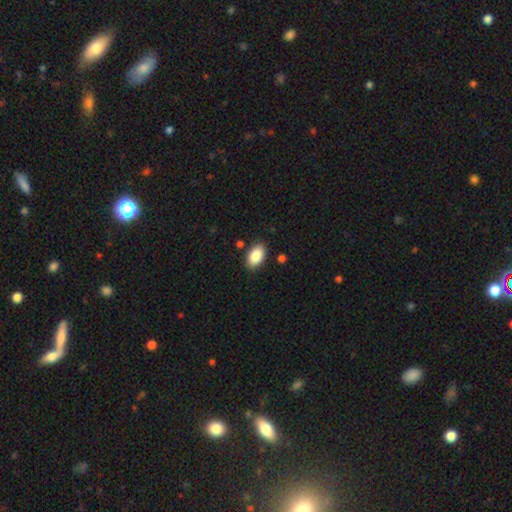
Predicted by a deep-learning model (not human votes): A smooth galaxy with no disk features (88%) that is in between round and cigar-shaped (92%).

Vote fractions:
- Smooth or featured? smooth: 88% / star or artifact: 7% / featured or disk: 5%
- How rounded? in between: 92% / round: 6% / cigar-shaped: 2%
- Merging? none: 85% / minor disturbance: 10% / major disturbance: 2% / merger: 2%